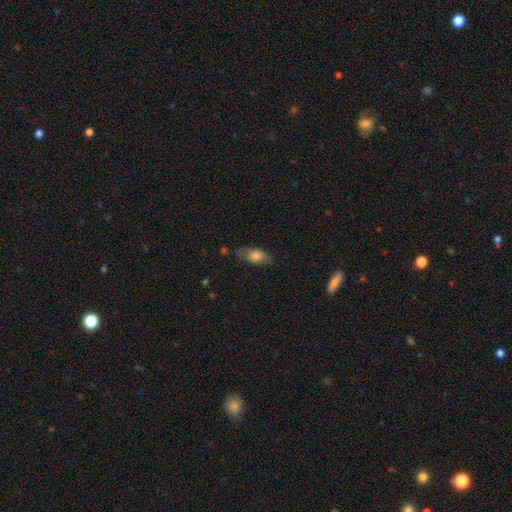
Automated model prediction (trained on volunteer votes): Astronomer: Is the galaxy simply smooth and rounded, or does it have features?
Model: smooth — 73%.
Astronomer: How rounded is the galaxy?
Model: in between — 81%.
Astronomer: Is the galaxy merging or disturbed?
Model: none — 71%.